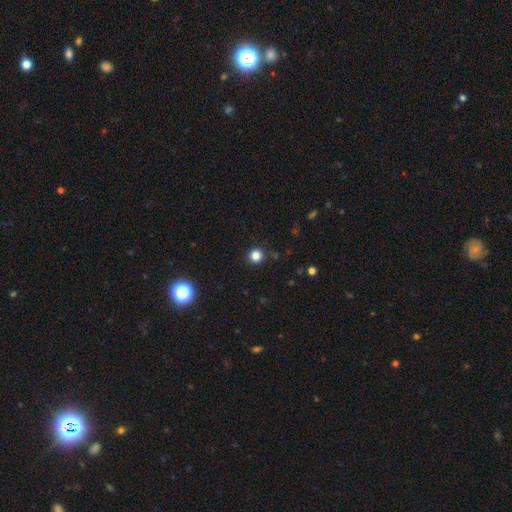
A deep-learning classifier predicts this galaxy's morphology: A smooth galaxy with no disk features (83%) that is round (95%).

Vote fractions:
- Smooth or featured? smooth: 83% / star or artifact: 14% / featured or disk: 3%
- How rounded? round: 95% / in between: 4% / cigar-shaped: 1%
- Merging? none: 90% / minor disturbance: 6% / major disturbance: 2% / merger: 2%